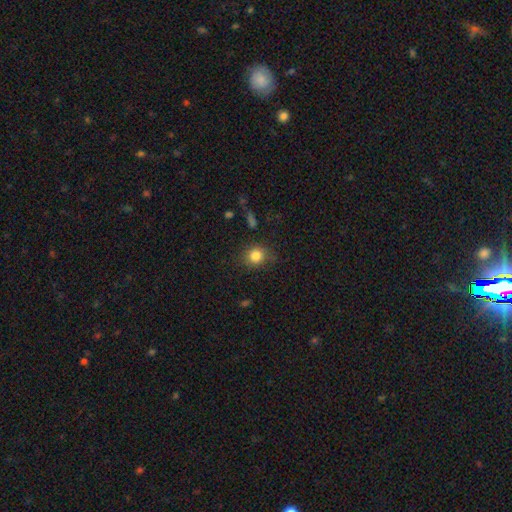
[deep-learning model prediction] This is clearly a smooth galaxy (83%). How rounded: clearly round (81%). Merging: clearly none (81%).